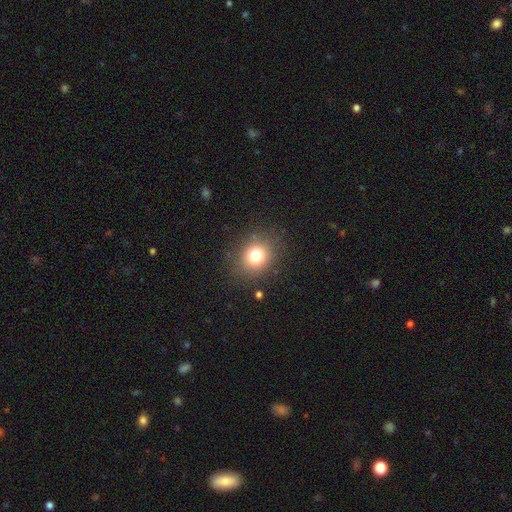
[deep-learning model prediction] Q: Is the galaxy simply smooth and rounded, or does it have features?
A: smooth — 76%.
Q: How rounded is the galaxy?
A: round — 71%.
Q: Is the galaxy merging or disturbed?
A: none — 85%.